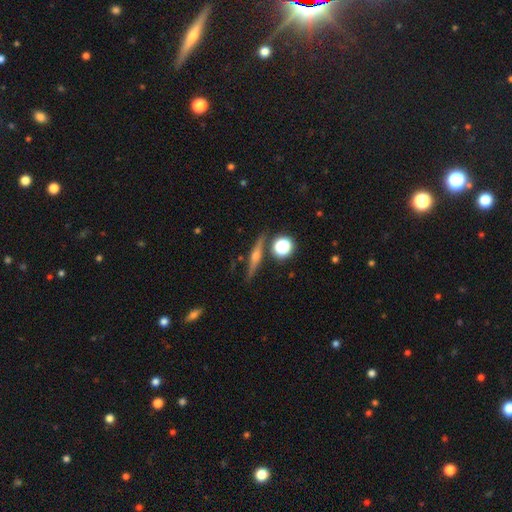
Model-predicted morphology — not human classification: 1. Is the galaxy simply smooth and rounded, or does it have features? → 71% featured or disk, 18% smooth, 11% star or artifact.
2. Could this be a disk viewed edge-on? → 97% yes, 3% no.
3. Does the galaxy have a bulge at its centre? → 87% rounded, 7% none, 6% boxy.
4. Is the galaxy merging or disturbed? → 86% none, 7% minor disturbance, 4% merger, 2% major disturbance.